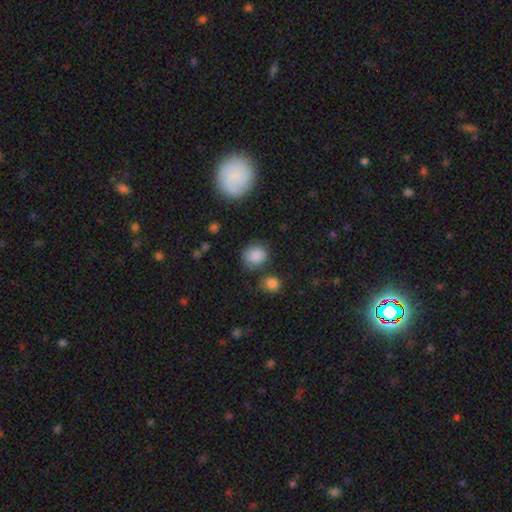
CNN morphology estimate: Q: Smooth or featured?
A: smooth (86%); runner-up: star or artifact (10%)
Q: How rounded?
A: round (77%); runner-up: in between (22%)
Q: Merging?
A: none (73%); runner-up: minor disturbance (15%)